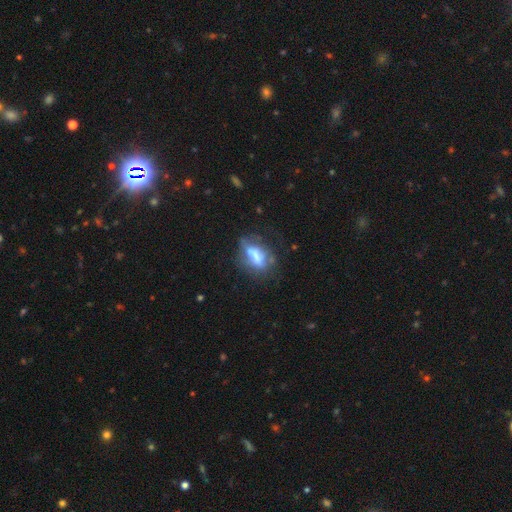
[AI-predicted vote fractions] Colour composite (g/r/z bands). It shows a smooth galaxy with no disk features (46%). Merging: none (41%).